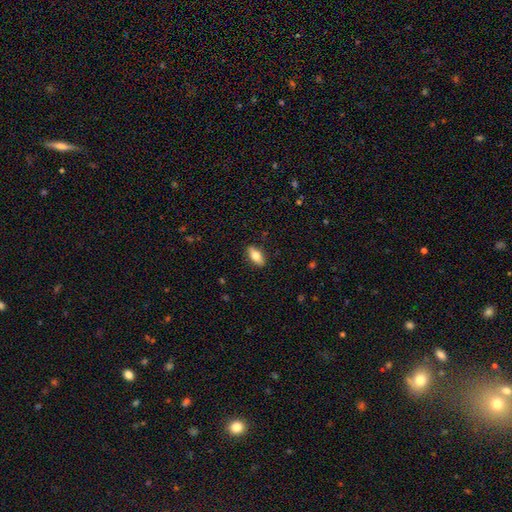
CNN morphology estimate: Smooth or featured?
  - smooth: 74% *
  - featured or disk: 19%
  - star or artifact: 7%
How rounded?
  - in between: 85% *
  - cigar-shaped: 12%
  - round: 3%
Merging?
  - none: 88% *
  - minor disturbance: 9%
  - major disturbance: 2%
  - merger: 1%